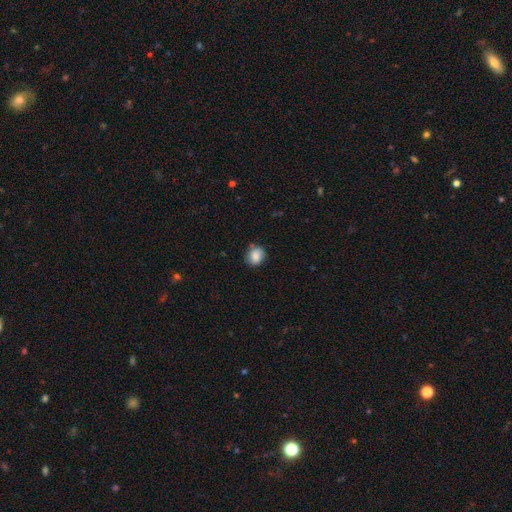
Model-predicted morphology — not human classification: type=smooth (82%); roundness=round (62%); merging=none (74%).